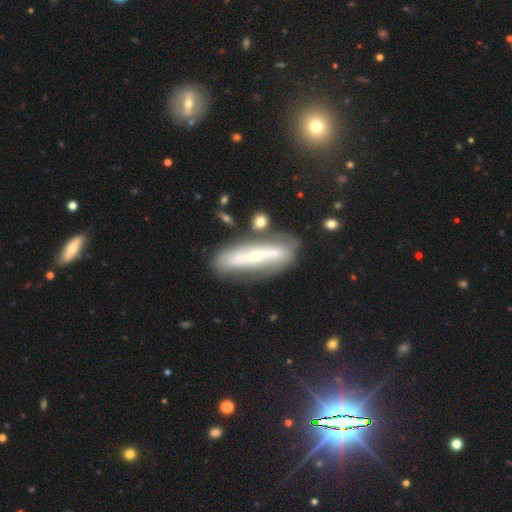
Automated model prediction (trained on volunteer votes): Overall: featured or disk (71%). Edge-on disk: no (53%; yes 47%). Merging: none (75%).